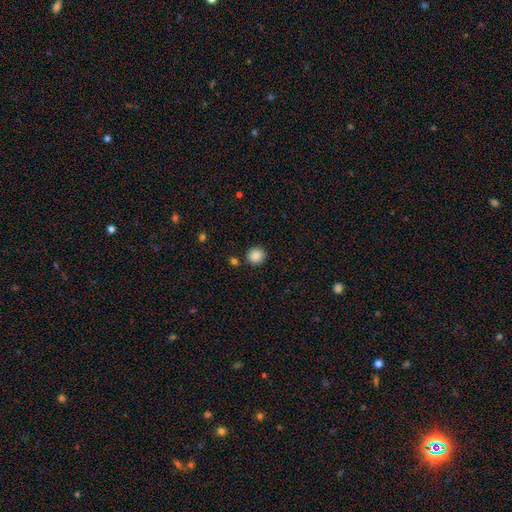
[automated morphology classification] This appears to be a smooth galaxy with no disk features (87%) that is round (91%). Merging: none (89%).